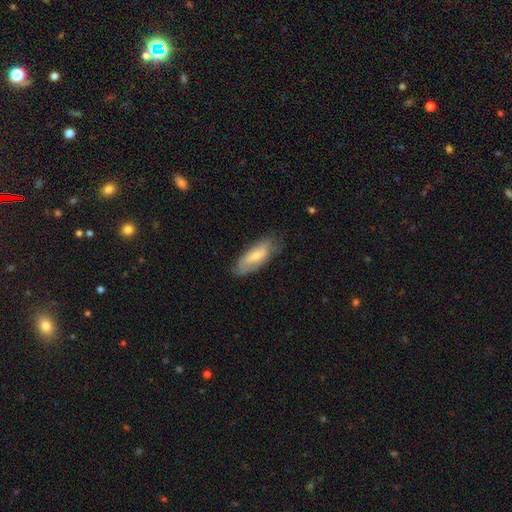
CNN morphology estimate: A smooth galaxy with no disk features (53%) that is in between round and cigar-shaped (75%). Merging: none (67%).